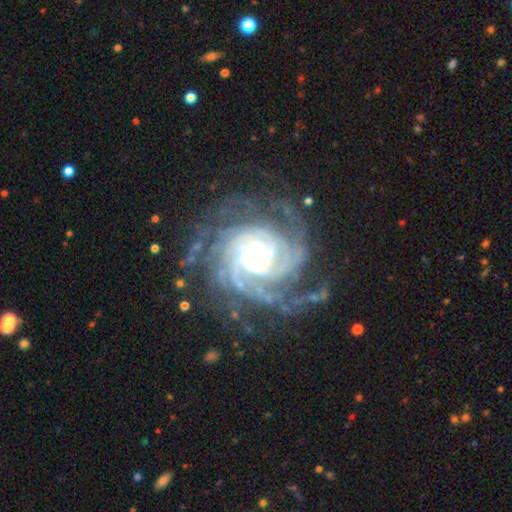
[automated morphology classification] Smooth or featured? Predicted: featured or disk (p=0.92). Edge-on disk? Predicted: no (p=0.98). Bar? Predicted: no (p=0.52). Spiral arms? Predicted: yes (p=0.98). Spiral winding? Predicted: tight (p=0.69). Spiral arm count? Predicted: more than 4 (p=0.24). Bulge size? Predicted: moderate (p=0.56). Merging? Predicted: none (p=0.68).